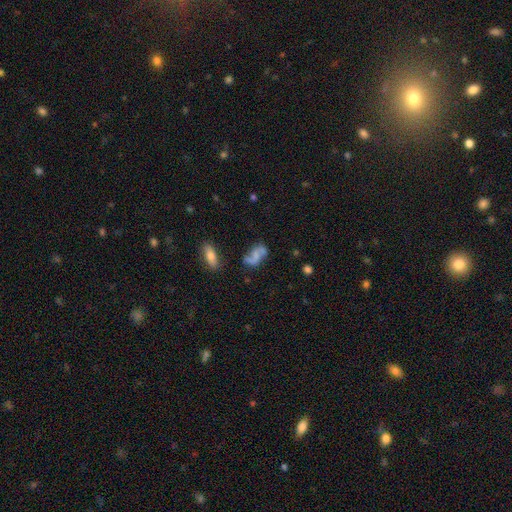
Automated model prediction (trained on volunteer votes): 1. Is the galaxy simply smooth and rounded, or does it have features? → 63% featured or disk, 27% smooth, 10% star or artifact.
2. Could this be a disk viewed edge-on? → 96% no, 4% yes.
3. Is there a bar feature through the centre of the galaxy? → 58% no, 31% weak, 11% strong.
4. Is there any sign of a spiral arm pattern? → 86% yes, 14% no.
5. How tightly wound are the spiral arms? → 70% loose, 23% medium, 7% tight.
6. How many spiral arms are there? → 87% 2, 5% 1, 5% can't tell, 1% 3, 1% 4, 1% more than 4.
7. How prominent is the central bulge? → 60% none, 22% small, 12% moderate, 4% large, 2% dominant.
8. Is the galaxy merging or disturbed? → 55% none, 22% minor disturbance, 13% major disturbance, 10% merger.